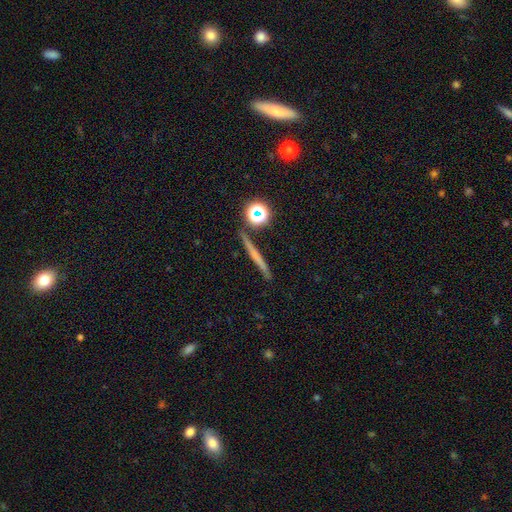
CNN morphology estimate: A smooth galaxy with no disk features (47%).

Vote fractions:
- Smooth or featured? smooth: 47% / featured or disk: 39% / star or artifact: 14%
- Merging? none: 87% / minor disturbance: 8% / merger: 3% / major disturbance: 2%